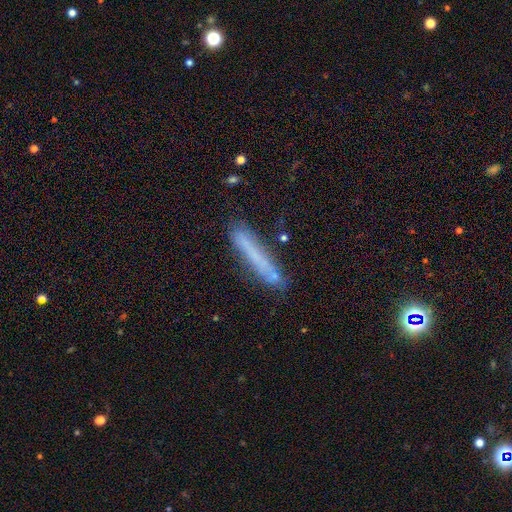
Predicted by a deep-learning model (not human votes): Q: Smooth or featured?
A: smooth (59%); runner-up: featured or disk (31%)
Q: How rounded?
A: cigar-shaped (94%); runner-up: in between (4%)
Q: Merging?
A: none (75%); runner-up: minor disturbance (17%)